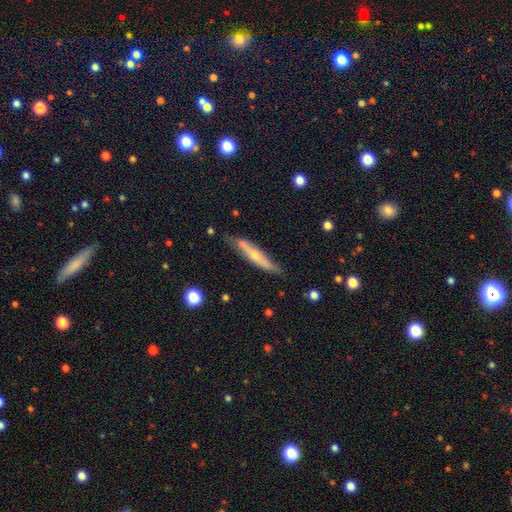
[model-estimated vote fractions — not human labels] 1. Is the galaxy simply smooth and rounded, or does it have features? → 50% featured or disk, 45% smooth, 6% star or artifact.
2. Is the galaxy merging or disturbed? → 68% none, 22% minor disturbance, 5% merger, 5% major disturbance.